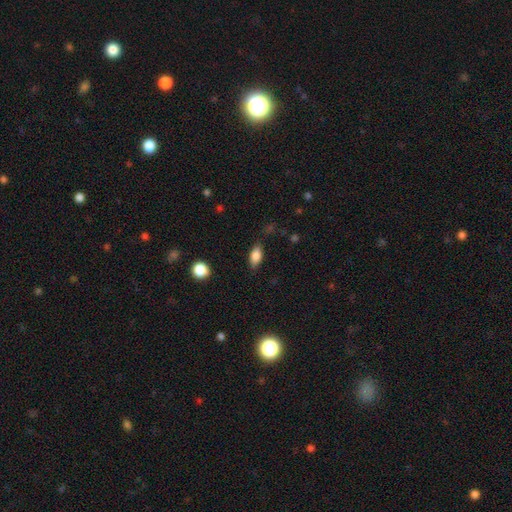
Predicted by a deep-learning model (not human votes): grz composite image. It shows a smooth galaxy with no disk features (79%) that is in between round and cigar-shaped (85%). Merging: none (80%).